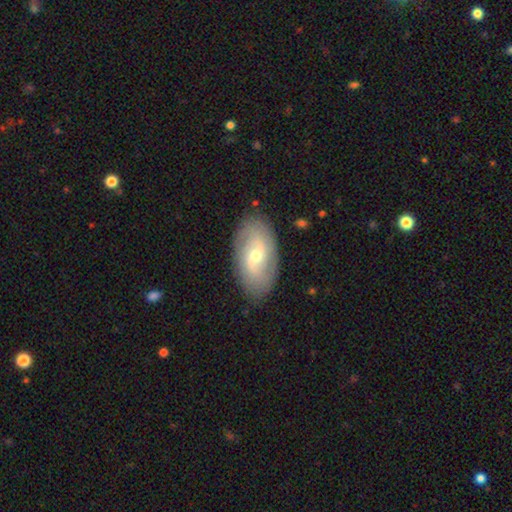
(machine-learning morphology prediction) Overall: featured or disk (67%). Edge-on disk: no (93%). Bar: weak (49%; no 37%). Spiral arms: yes (81%). Spiral arm count: 2 (70%). Spiral winding: medium (39%; loose 32%). Bulge size: moderate (49%; small 47%). Merging: none (84%).